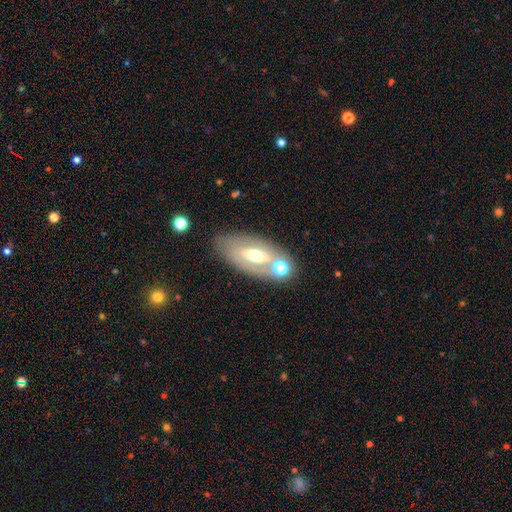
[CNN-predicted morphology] The model was most divided on "smooth or featured": featured or disk: 58%, smooth: 34%, star or artifact: 8%. More confident: edge-on disk — no (82%); merging — none (66%).